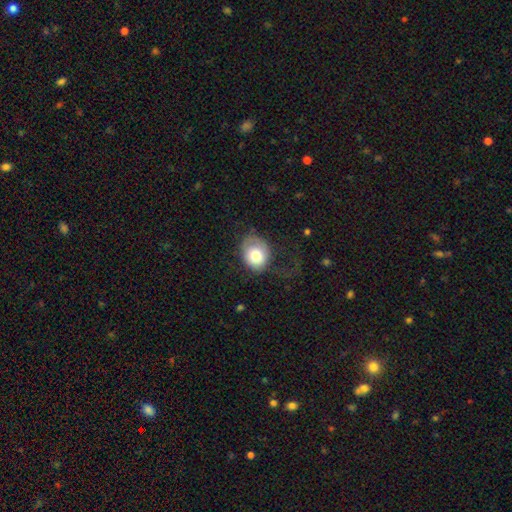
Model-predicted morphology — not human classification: smooth-or-featured: smooth: 73% | featured or disk: 19% | star or artifact: 8%
  how-rounded: round: 53% | in between: 46% | cigar-shaped: 1%
  merging: none: 43% | major disturbance: 29% | minor disturbance: 26% | merger: 2%